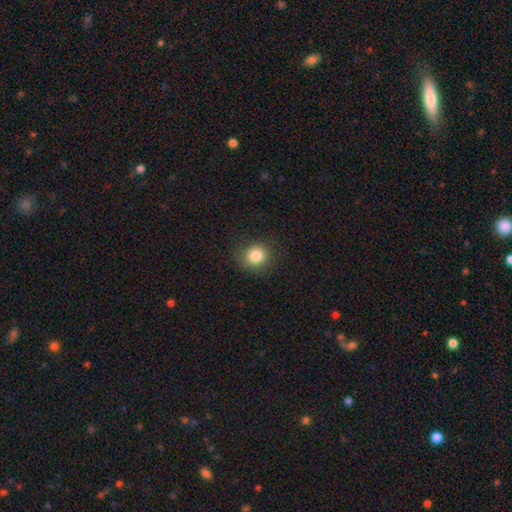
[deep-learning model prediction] This appears to be a smooth galaxy with no disk features (83%) that is round (83%). Merging: none (85%).